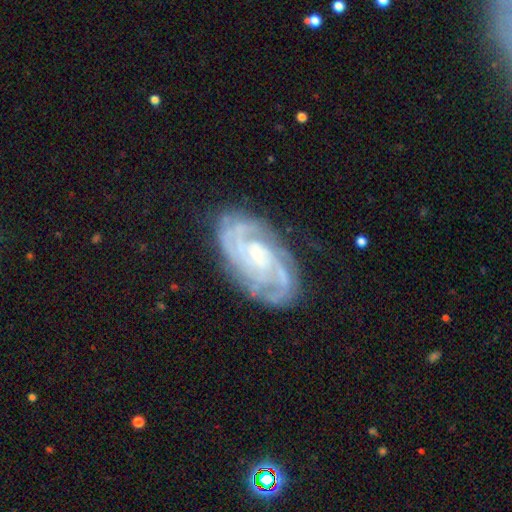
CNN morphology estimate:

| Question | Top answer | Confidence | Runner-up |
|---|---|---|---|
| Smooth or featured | featured or disk | 87% | smooth (7%) |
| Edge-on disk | no | 96% | yes (4%) |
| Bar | no | 61% | weak (30%) |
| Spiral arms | yes | 97% | no (3%) |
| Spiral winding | tight | 69% | medium (26%) |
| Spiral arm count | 2 | 29% | can't tell (23%) |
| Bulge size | small | 64% | moderate (27%) |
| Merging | none | 77% | minor disturbance (16%) |